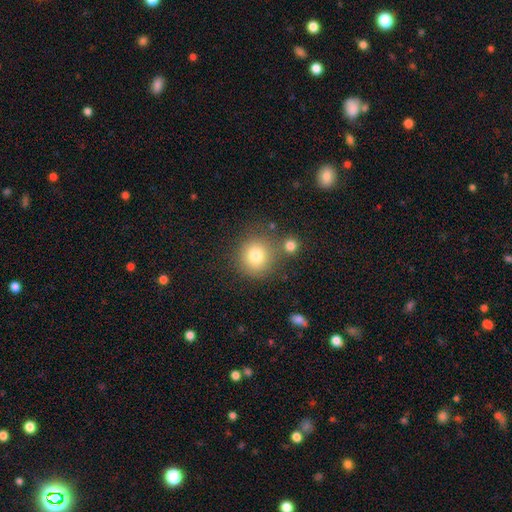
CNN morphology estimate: Overall: smooth (79%). How rounded: round (90%). Merging: none (73%).